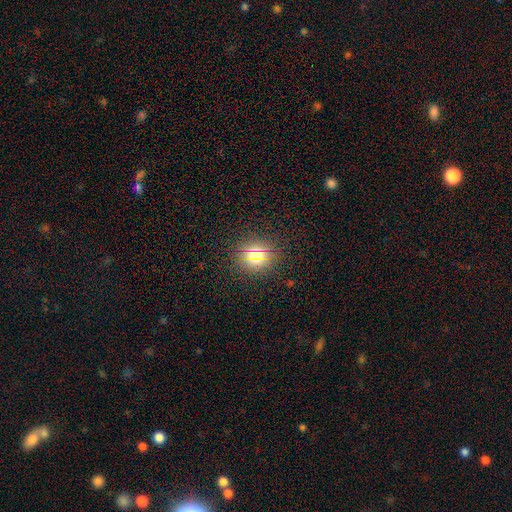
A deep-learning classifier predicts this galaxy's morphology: A smooth galaxy with no disk features (64%) that is round (82%). Merging: none (88%).